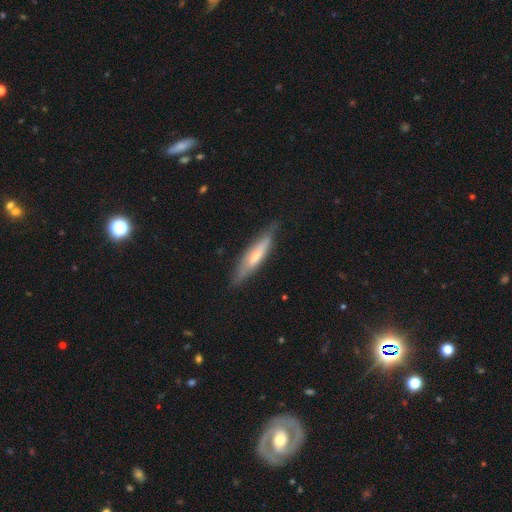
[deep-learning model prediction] smooth-or-featured: smooth: 49% | featured or disk: 46% | star or artifact: 5%
  merging: none: 77% | minor disturbance: 18% | major disturbance: 4% | merger: 1%